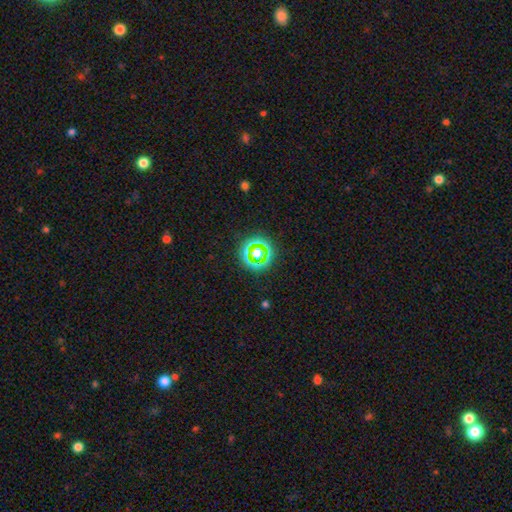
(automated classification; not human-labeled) Smooth or featured? smooth (47%)
Merging? none (89%)